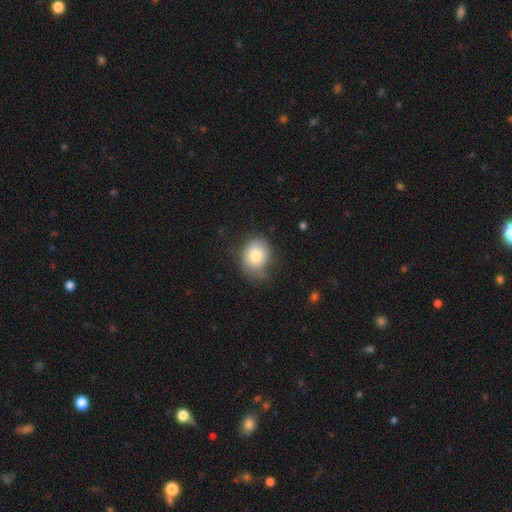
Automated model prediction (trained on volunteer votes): smooth 79%, featured or disk 13%, star or artifact 9%. Down the decision tree: how rounded — round (56%); merging — none (62%).